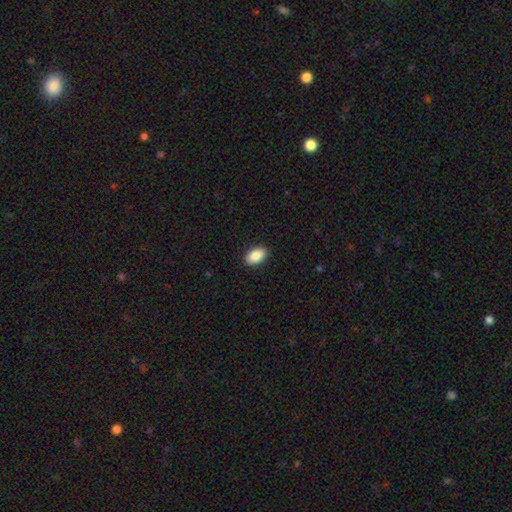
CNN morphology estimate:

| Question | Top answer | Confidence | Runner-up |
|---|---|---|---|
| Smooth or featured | smooth | 88% | star or artifact (7%) |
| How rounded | in between | 93% | round (5%) |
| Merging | none | 90% | minor disturbance (7%) |